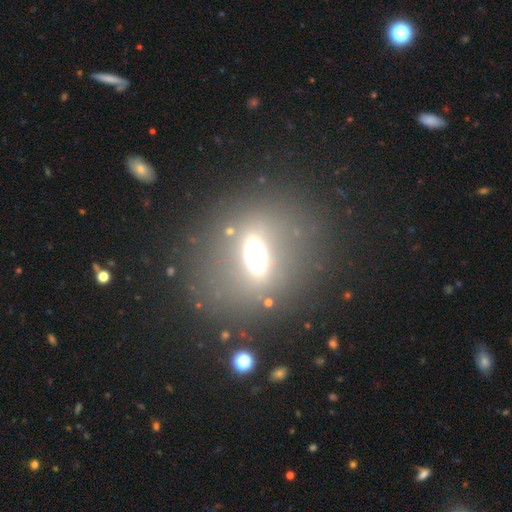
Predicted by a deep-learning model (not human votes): This appears to be a smooth galaxy with no disk features (42%). Merging: none (77%).